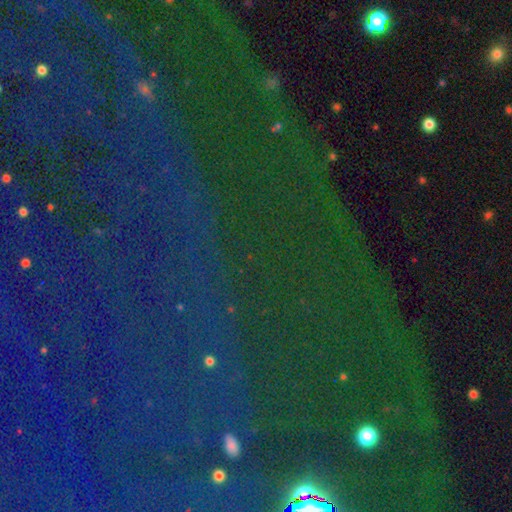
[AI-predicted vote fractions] Smooth or featured?
  - star or artifact: 85% *
  - smooth: 7%
  - featured or disk: 7%